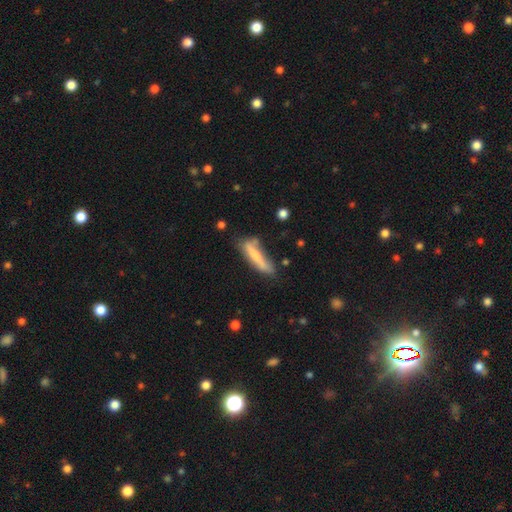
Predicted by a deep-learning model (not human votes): Smooth or featured? smooth (62%)
How rounded? cigar-shaped (77%)
Merging? none (52%)